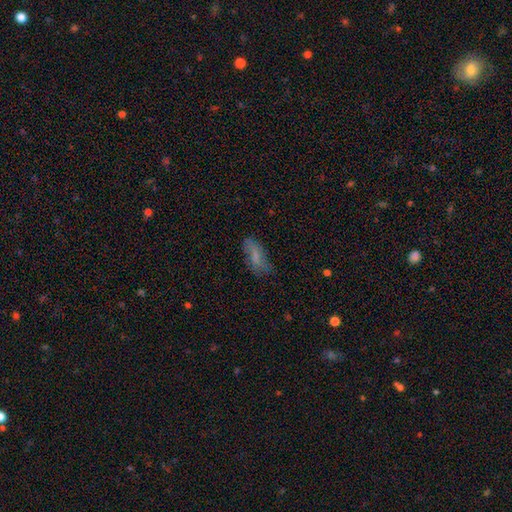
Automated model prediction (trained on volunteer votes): This is likely a smooth galaxy (64%). How rounded: likely in between (72%). Merging: likely none (62%).